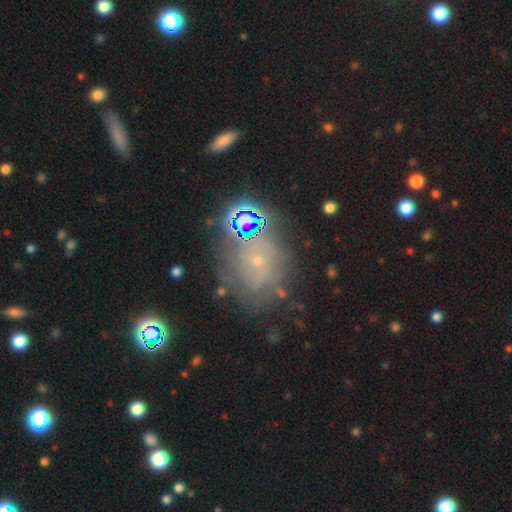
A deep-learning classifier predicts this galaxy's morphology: smooth-or-featured: star or artifact: 44% | featured or disk: 30% | smooth: 27%